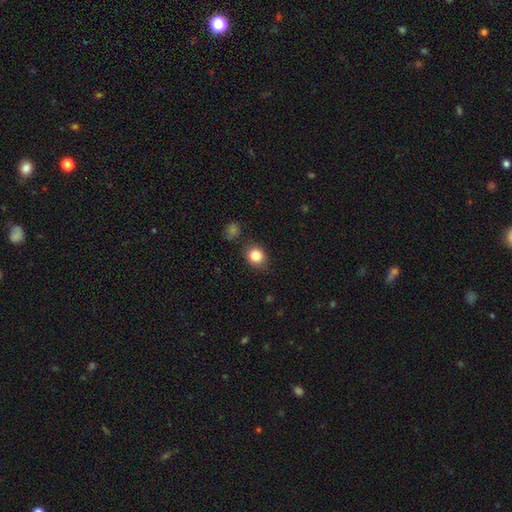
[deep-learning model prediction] The model was most divided on "how rounded": round: 66%, in between: 33%, cigar-shaped: 1%. More confident: smooth or featured — smooth (84%); merging — none (81%).